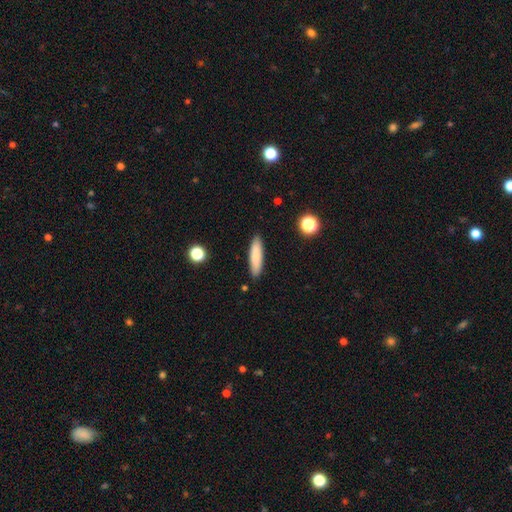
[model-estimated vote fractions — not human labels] Overall: smooth (84%). How rounded: cigar-shaped (72%). Merging: none (89%).